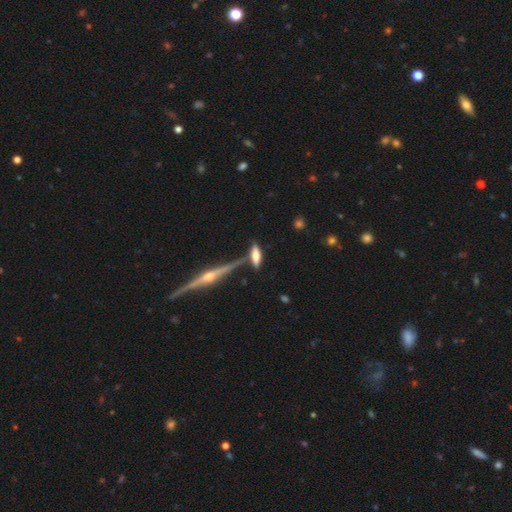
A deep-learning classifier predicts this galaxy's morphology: Q: Smooth or featured?
A: smooth (54%); runner-up: featured or disk (38%)
Q: How rounded?
A: in between (55%); runner-up: cigar-shaped (42%)
Q: Merging?
A: none (63%); runner-up: merger (17%)